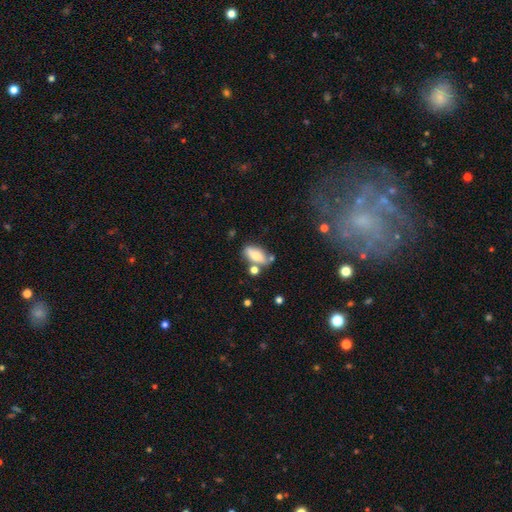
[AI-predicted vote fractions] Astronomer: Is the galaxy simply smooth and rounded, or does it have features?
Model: smooth — 69%.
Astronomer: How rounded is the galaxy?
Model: in between — 80%.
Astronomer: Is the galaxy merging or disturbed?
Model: none — 61%.